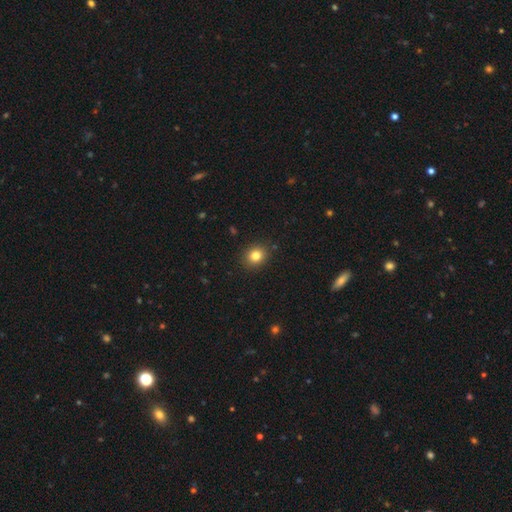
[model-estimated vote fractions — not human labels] smooth-or-featured: smooth: 82% | star or artifact: 12% | featured or disk: 7%
  how-rounded: round: 71% | in between: 28% | cigar-shaped: 1%
  merging: none: 89% | minor disturbance: 7% | major disturbance: 2% | merger: 1%